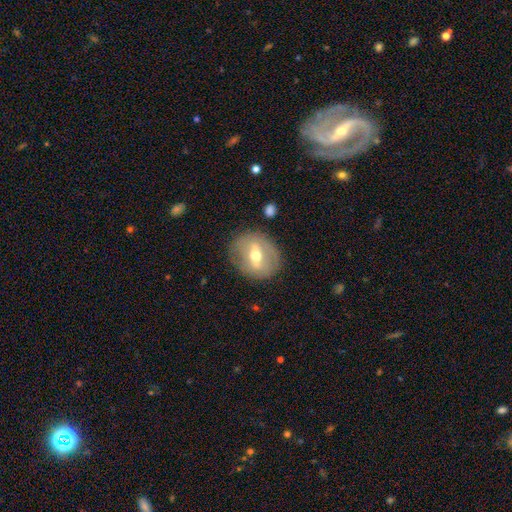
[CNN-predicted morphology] featured or disk 60%, smooth 32%, star or artifact 7%. Down the decision tree: edge-on disk — no (87%); bar — strong (50%); spiral arms — no (74%); bulge size — moderate (69%); merging — none (80%).